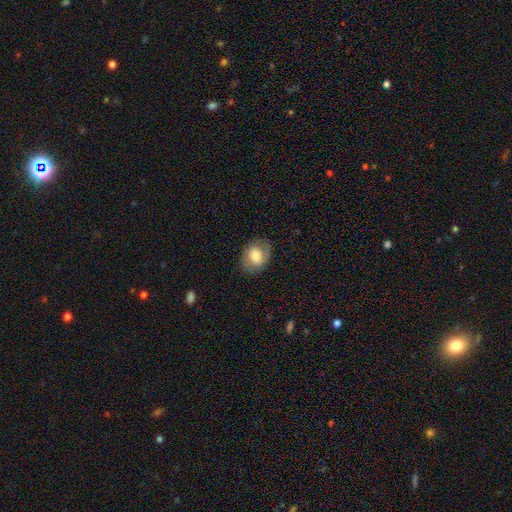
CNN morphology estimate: smooth_or_featured: smooth (p=0.70) [alt: featured or disk p=0.22]
how_rounded: in between (p=0.62) [alt: round p=0.37]
merging: none (p=0.77) [alt: minor disturbance p=0.16]